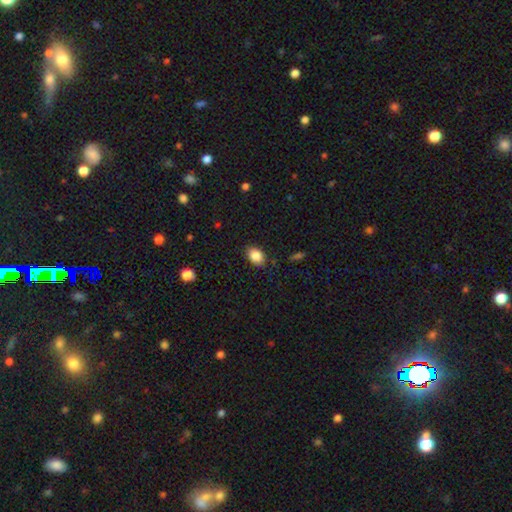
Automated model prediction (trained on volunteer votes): smooth-or-featured: smooth: 86% | star or artifact: 9% | featured or disk: 6%
  how-rounded: in between: 75% | round: 24% | cigar-shaped: 1%
  merging: none: 85% | minor disturbance: 12% | major disturbance: 2% | merger: 1%